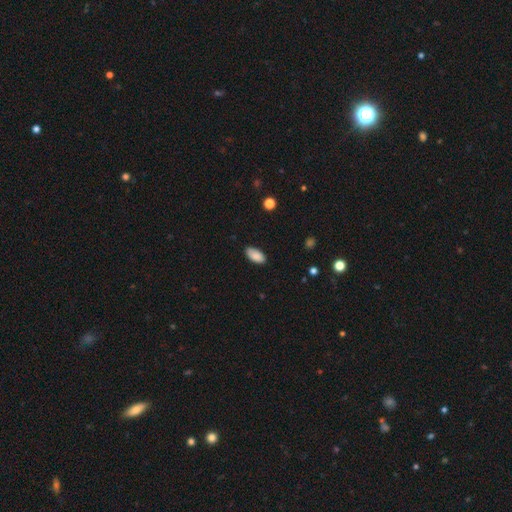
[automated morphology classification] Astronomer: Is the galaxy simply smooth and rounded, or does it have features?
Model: smooth — 88%.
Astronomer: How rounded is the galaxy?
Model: in between — 94%.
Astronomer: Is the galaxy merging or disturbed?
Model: none — 85%.